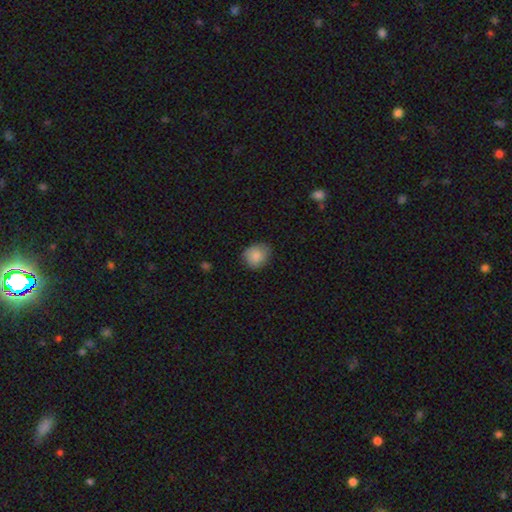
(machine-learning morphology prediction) smooth-or-featured: smooth: 85% | star or artifact: 8% | featured or disk: 7%
  how-rounded: round: 64% | in between: 35% | cigar-shaped: 1%
  merging: none: 69% | minor disturbance: 26% | major disturbance: 5% | merger: 1%